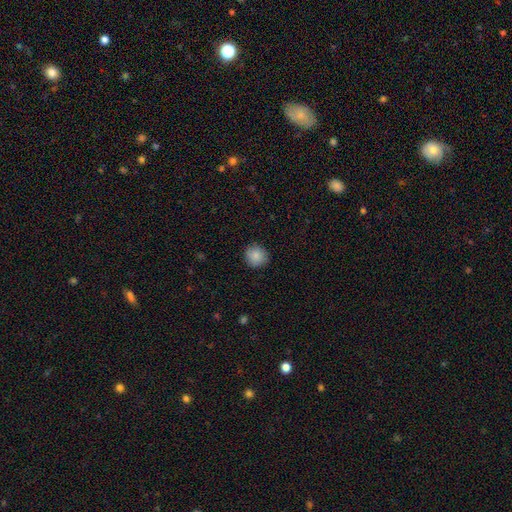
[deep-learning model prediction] Overall: smooth (87%). How rounded: round (90%). Merging: none (88%).